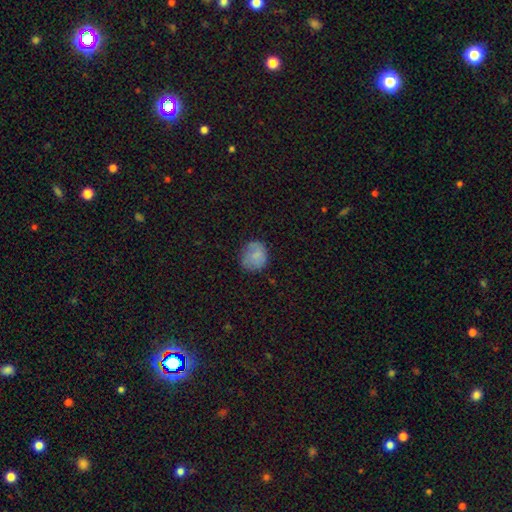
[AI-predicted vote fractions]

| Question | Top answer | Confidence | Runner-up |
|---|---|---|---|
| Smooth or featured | smooth | 73% | featured or disk (18%) |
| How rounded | round | 74% | in between (25%) |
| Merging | none | 66% | minor disturbance (25%) |